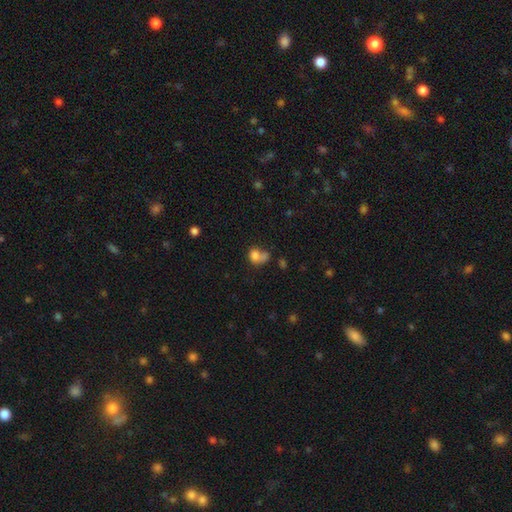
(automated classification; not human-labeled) Smooth or featured? smooth (75%)
How rounded? round (51%)
Merging? merger (41%)